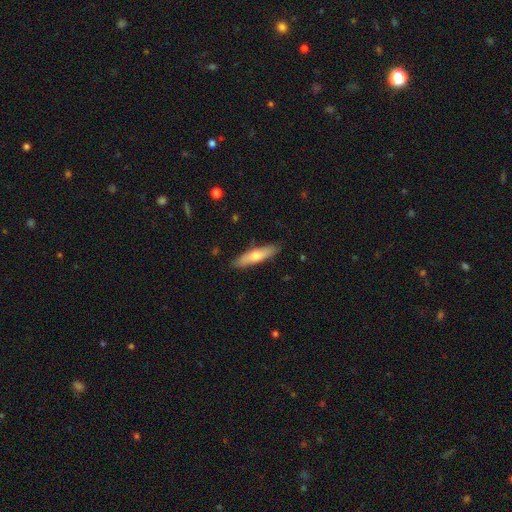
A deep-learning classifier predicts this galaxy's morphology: smooth 65%, featured or disk 30%, star or artifact 6%. Down the decision tree: how rounded — cigar-shaped (73%); merging — none (85%).